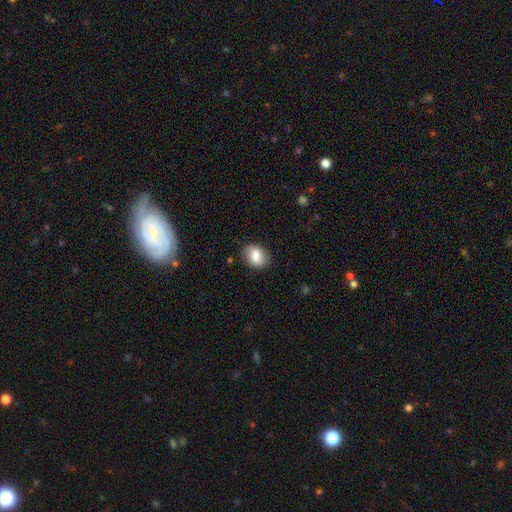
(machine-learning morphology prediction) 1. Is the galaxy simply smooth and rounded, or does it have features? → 82% smooth, 10% featured or disk, 8% star or artifact.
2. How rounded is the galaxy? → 69% in between, 30% round, 1% cigar-shaped.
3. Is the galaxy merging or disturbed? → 82% none, 14% minor disturbance, 3% major disturbance, 1% merger.